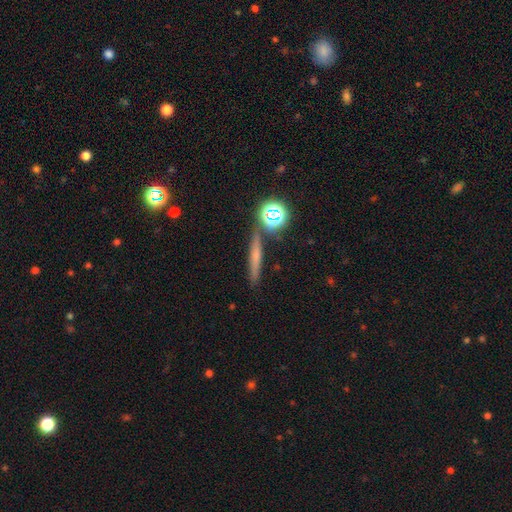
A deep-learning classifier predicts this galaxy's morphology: Smooth or featured?
  - smooth: 50% *
  - featured or disk: 33%
  - star or artifact: 17%
Merging?
  - none: 83% *
  - minor disturbance: 9%
  - merger: 6%
  - major disturbance: 3%